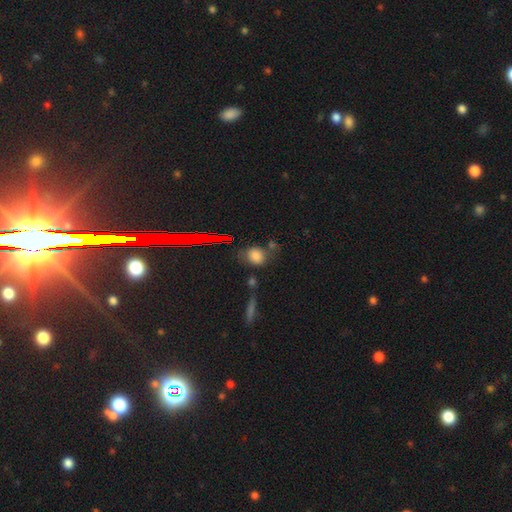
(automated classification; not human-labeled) The model was most divided on "how rounded": round: 54%, in between: 44%, cigar-shaped: 3%. More confident: smooth or featured — smooth (76%); merging — none (64%).